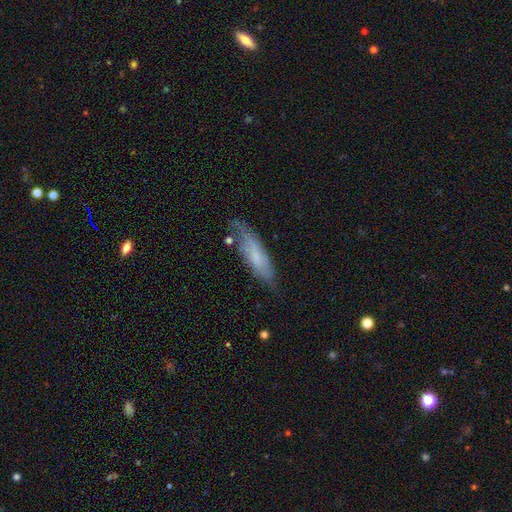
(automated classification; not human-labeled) Morphology: type=smooth (50%); merging=none (60%).